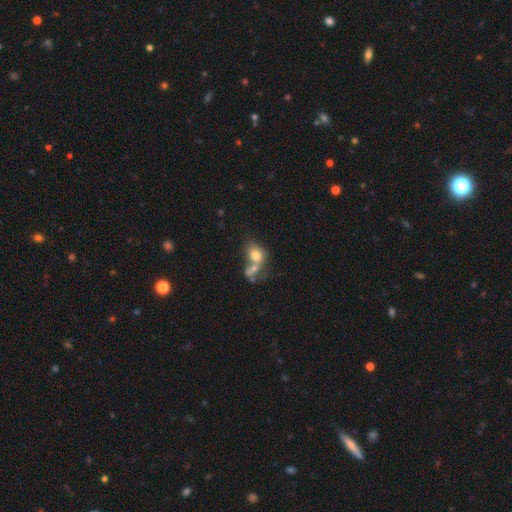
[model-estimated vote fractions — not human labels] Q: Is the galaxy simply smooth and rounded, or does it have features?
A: smooth — 71%.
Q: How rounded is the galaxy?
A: in between — 50%.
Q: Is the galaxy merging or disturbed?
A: merger — 59%.